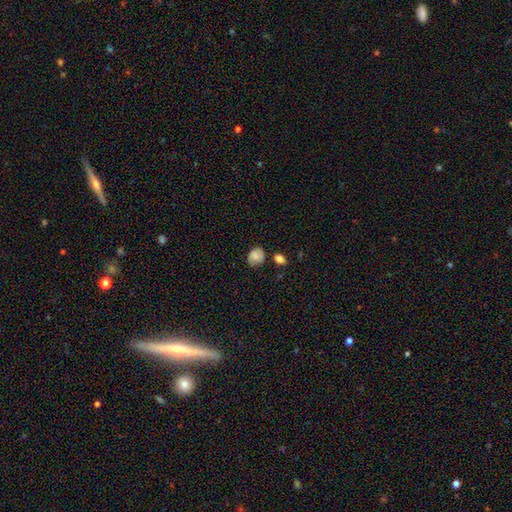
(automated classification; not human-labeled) The model was most divided on "how rounded": round: 59%, in between: 40%, cigar-shaped: 1%. More confident: smooth or featured — smooth (72%); merging — none (64%).